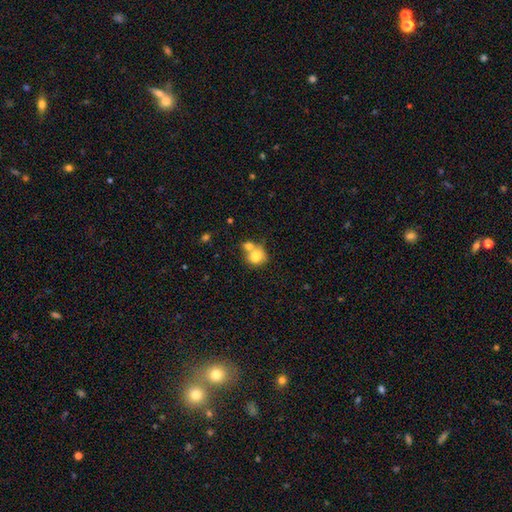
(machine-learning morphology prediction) Smooth or featured: smooth — 78% (featured or disk — 13%)
How rounded: round — 74% (in between — 25%)
Merging: merger — 47% (none — 38%)